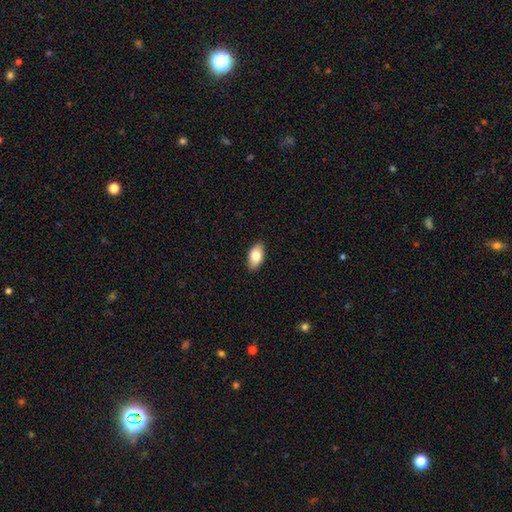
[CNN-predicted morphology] Smooth or featured? Predicted: smooth (p=0.81). How rounded? Predicted: in between (p=0.93). Merging? Predicted: none (p=0.89).